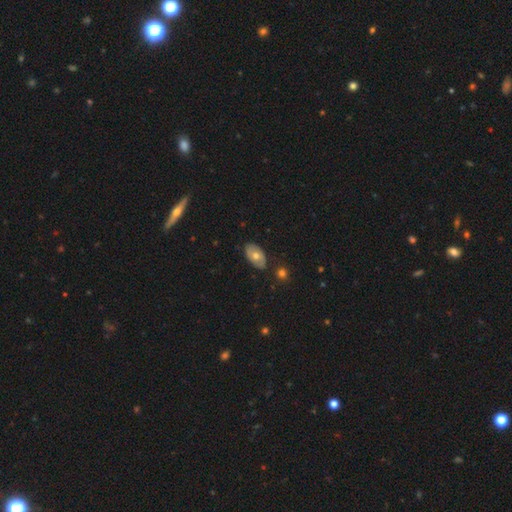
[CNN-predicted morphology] A smooth galaxy with no disk features (55%) that is in between round and cigar-shaped (92%). Merging: none (83%).